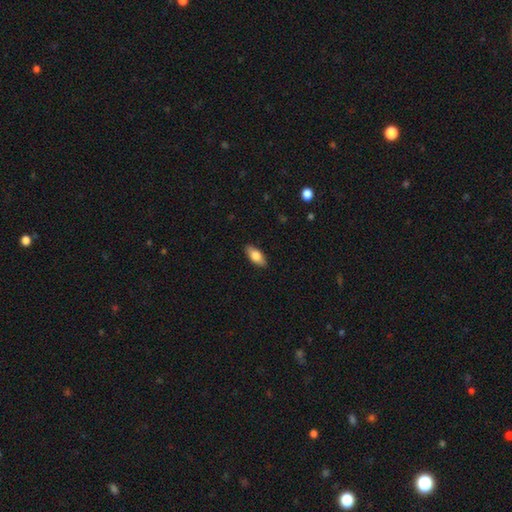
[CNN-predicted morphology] This appears to be a smooth galaxy with no disk features (76%) that is in between round and cigar-shaped (85%). Merging: none (89%).